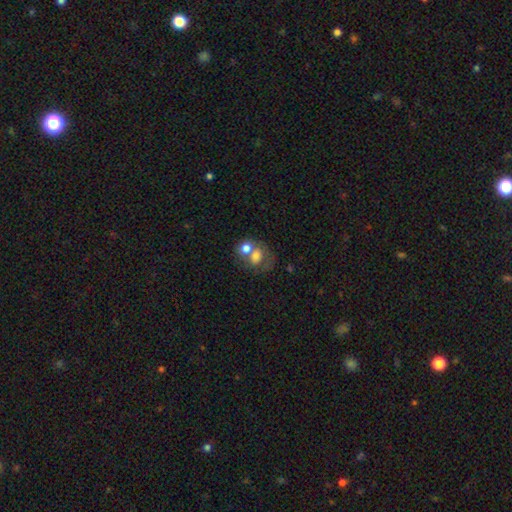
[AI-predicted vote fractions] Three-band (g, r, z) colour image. It shows a smooth galaxy with no disk features (64%) that is round (51%). Merging: merger (62%).